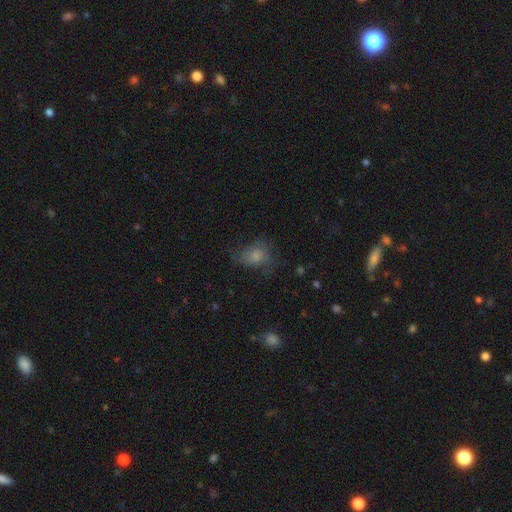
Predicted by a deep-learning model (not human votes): Q: Smooth or featured?
A: smooth (66%); runner-up: featured or disk (21%)
Q: How rounded?
A: in between (57%); runner-up: round (42%)
Q: Merging?
A: none (50%); runner-up: minor disturbance (26%)